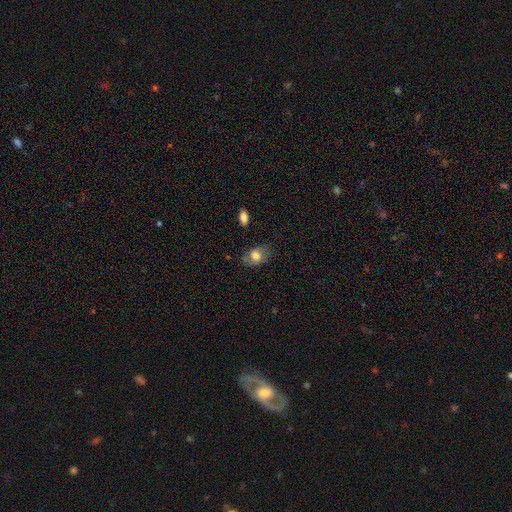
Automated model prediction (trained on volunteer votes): The model was most divided on "smooth or featured": smooth: 69%, featured or disk: 23%, star or artifact: 8%. More confident: how rounded — in between (85%); merging — none (74%).